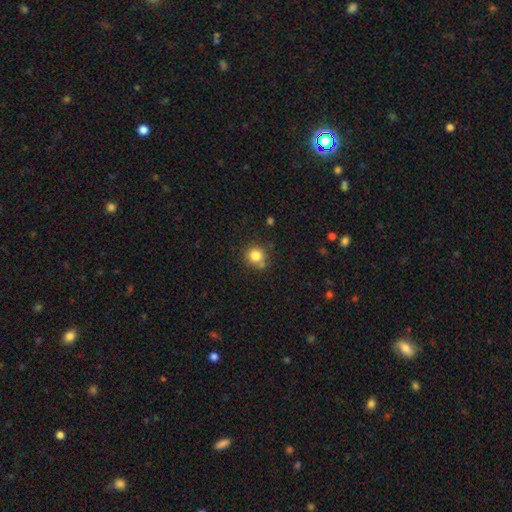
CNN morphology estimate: Smooth or featured? Predicted: smooth (p=0.82). How rounded? Predicted: round (p=0.90). Merging? Predicted: none (p=0.74).